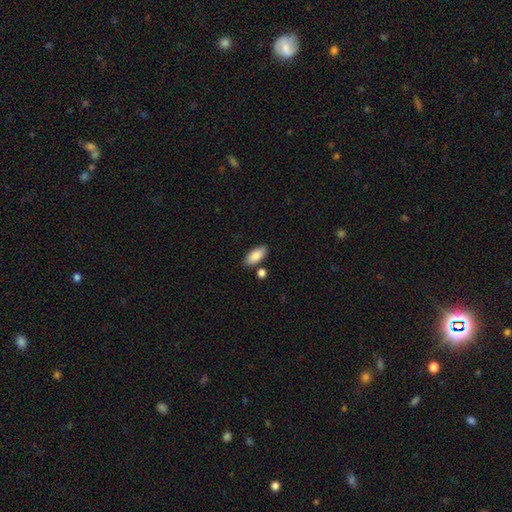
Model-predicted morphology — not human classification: Smooth or featured?
  - smooth: 87% *
  - featured or disk: 7%
  - star or artifact: 6%
How rounded?
  - in between: 90% *
  - cigar-shaped: 8%
  - round: 2%
Merging?
  - none: 80% *
  - minor disturbance: 10%
  - merger: 7%
  - major disturbance: 2%